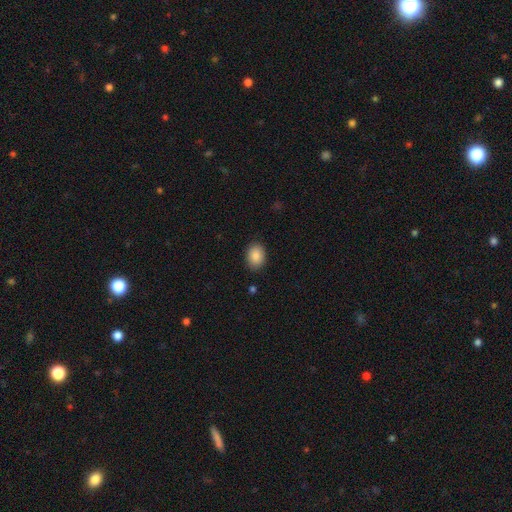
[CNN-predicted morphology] This appears to be a smooth galaxy with no disk features (88%) that is in between round and cigar-shaped (69%). Merging: none (88%).